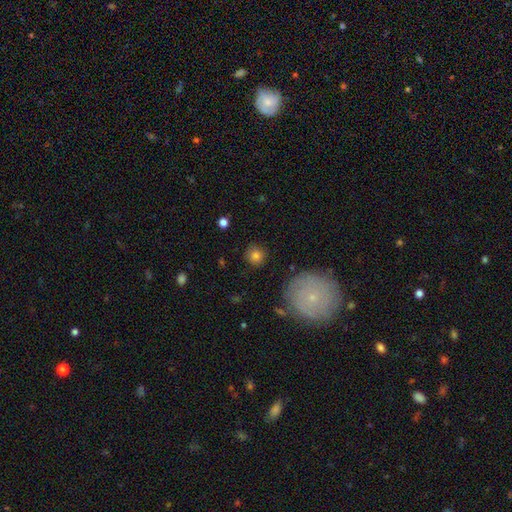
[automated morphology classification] Smooth or featured? Predicted: smooth (p=0.80). How rounded? Predicted: round (p=0.92). Merging? Predicted: none (p=0.86).